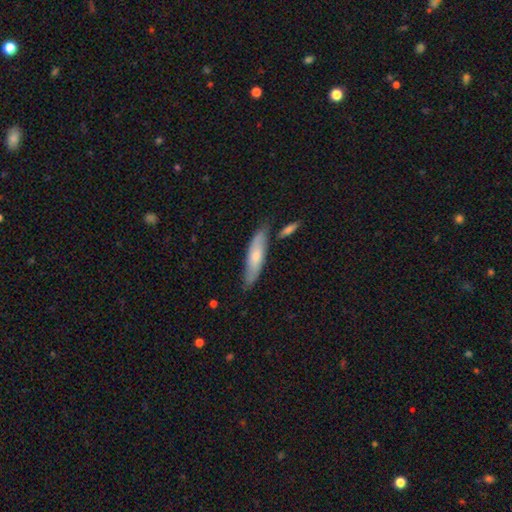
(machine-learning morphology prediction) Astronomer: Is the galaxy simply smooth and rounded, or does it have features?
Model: smooth — 60% (runner-up: featured or disk, 35%).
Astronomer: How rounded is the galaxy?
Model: cigar-shaped — 69%.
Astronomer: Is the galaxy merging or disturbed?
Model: none — 72%.